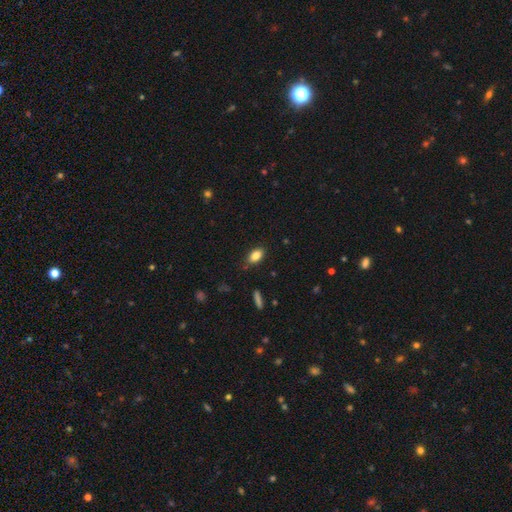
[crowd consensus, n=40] Overall: smooth (78%). How rounded: in between (97%). Merging: none (69%).